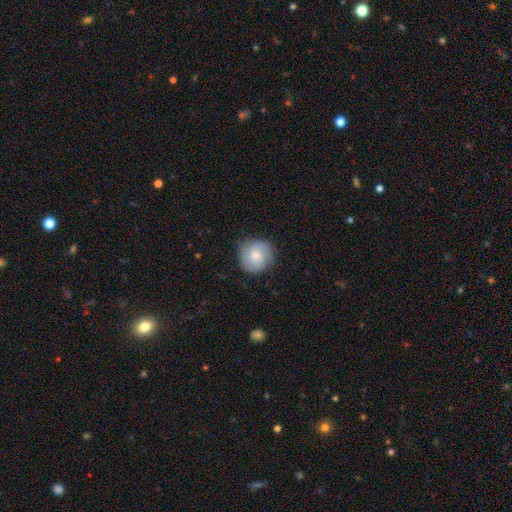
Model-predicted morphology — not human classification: This appears to be a smooth galaxy with no disk features (50%) that is round (91%). Merging: none (83%).